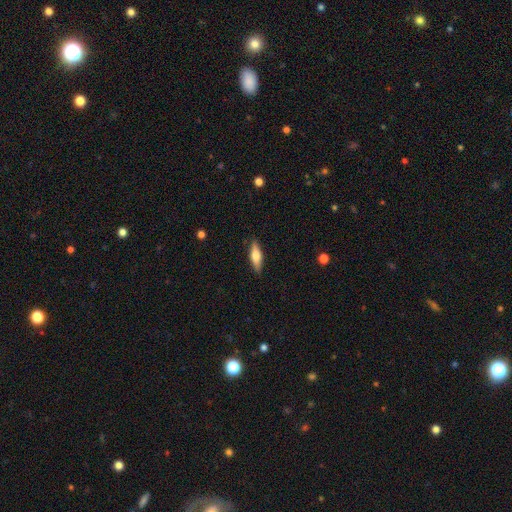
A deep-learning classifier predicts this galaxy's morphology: This is possibly a smooth galaxy (58%). How rounded: possibly cigar-shaped (50%). Merging: clearly none (88%).